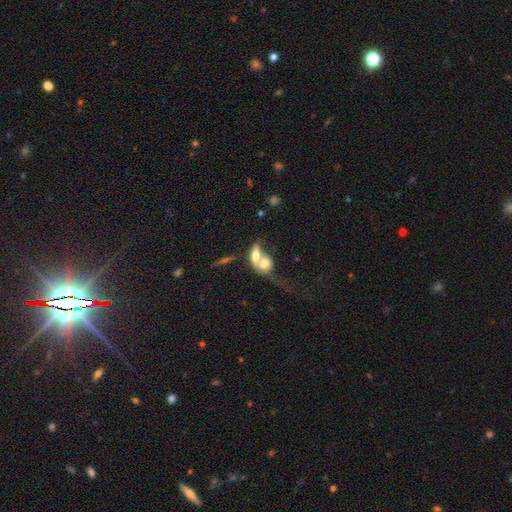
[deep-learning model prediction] Smooth or featured? smooth (57%)
How rounded? in between (62%)
Merging? merger (71%)